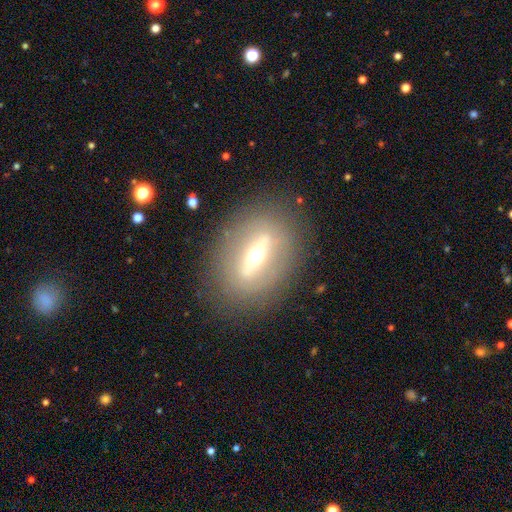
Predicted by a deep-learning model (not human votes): featured or disk 64%, smooth 25%, star or artifact 10%. Down the decision tree: edge-on disk — no (56%); merging — none (82%).